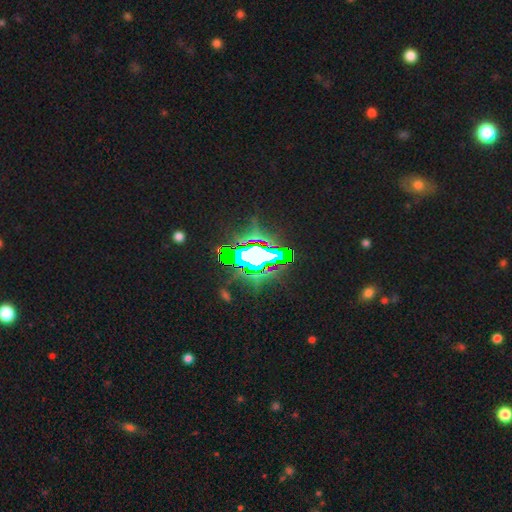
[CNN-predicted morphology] A star or artifact, not a galaxy (67%).